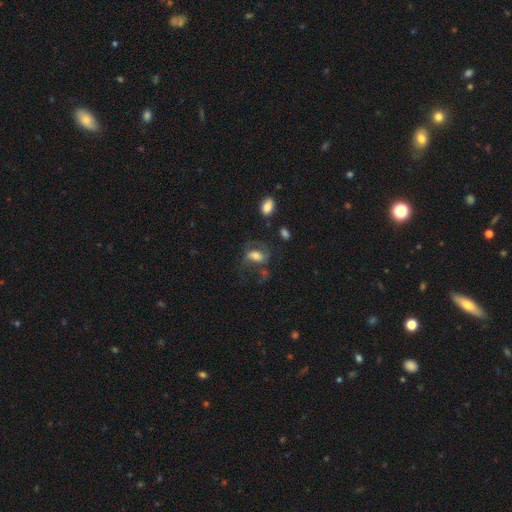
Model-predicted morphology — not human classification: Smooth or featured: featured or disk — 45% (smooth — 44%)
Merging: none — 42% (major disturbance — 32%)